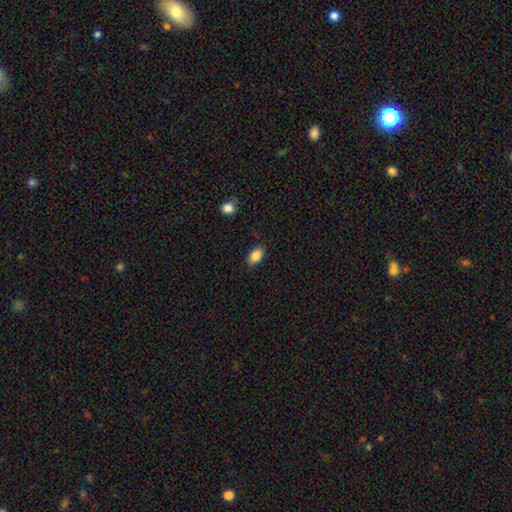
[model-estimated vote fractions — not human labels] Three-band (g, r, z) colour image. It shows a smooth galaxy with no disk features (85%) that is in between round and cigar-shaped (90%). Merging: none (86%).